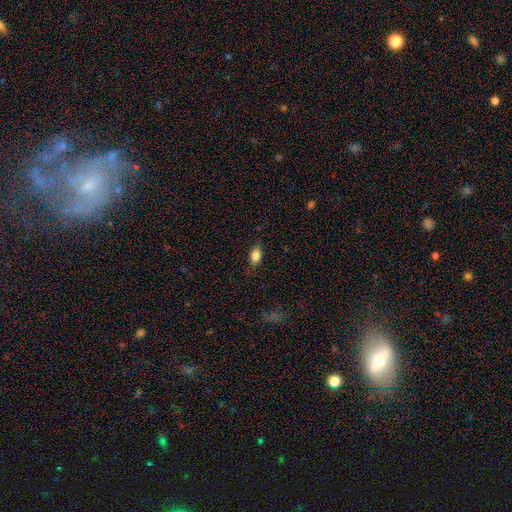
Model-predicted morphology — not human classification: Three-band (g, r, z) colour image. It shows a smooth galaxy with no disk features (85%) that is in between round and cigar-shaped (87%). Merging: none (84%).